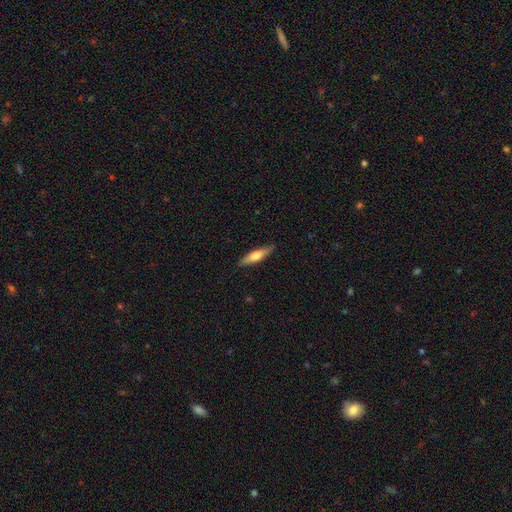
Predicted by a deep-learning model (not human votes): This is likely a smooth galaxy (60%). How rounded: likely cigar-shaped (74%). Merging: clearly none (88%).